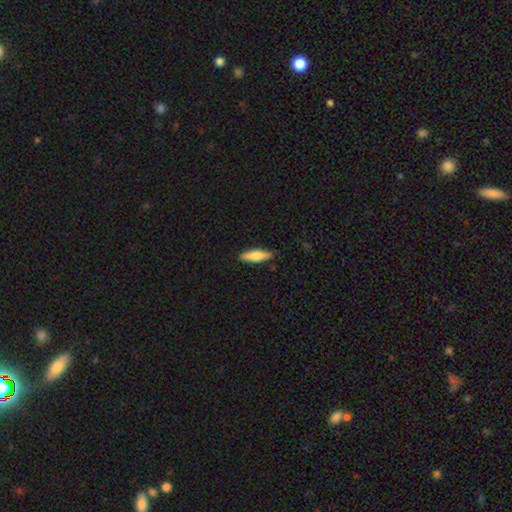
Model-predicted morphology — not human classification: Overall: smooth (72%). How rounded: cigar-shaped (66%; in between 32%). Merging: none (87%).